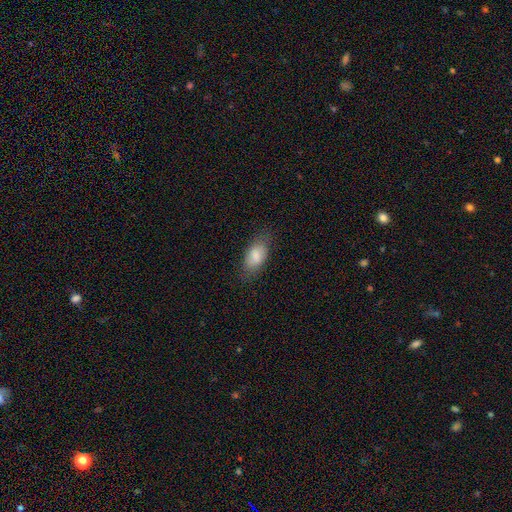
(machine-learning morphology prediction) This appears to be a smooth galaxy with no disk features (81%) that is in between round and cigar-shaped (89%). Merging: none (74%).